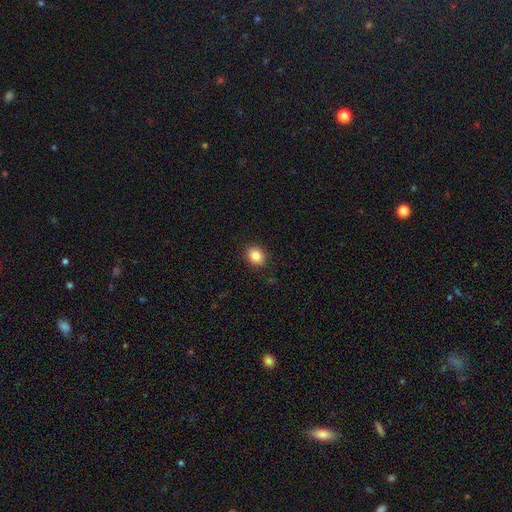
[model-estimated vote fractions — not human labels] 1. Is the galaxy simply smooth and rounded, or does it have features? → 85% smooth, 9% star or artifact, 5% featured or disk.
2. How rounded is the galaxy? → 50% round, 49% in between, 1% cigar-shaped.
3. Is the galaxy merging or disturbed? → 89% none, 7% minor disturbance, 2% major disturbance, 1% merger.